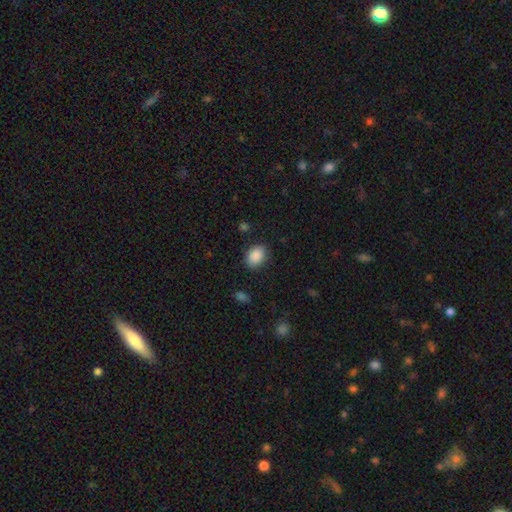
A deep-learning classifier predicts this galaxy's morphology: Smooth or featured?
  - smooth: 89% *
  - star or artifact: 8%
  - featured or disk: 3%
How rounded?
  - in between: 66% *
  - round: 33%
  - cigar-shaped: 1%
Merging?
  - none: 82% *
  - minor disturbance: 13%
  - major disturbance: 4%
  - merger: 1%